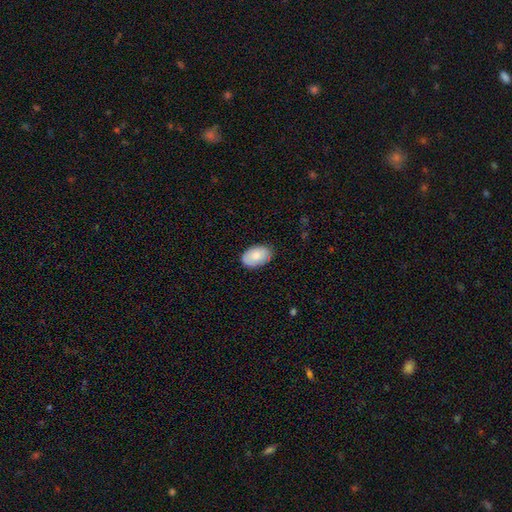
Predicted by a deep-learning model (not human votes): A smooth galaxy with no disk features (81%) that is in between round and cigar-shaped (92%). Merging: none (80%).